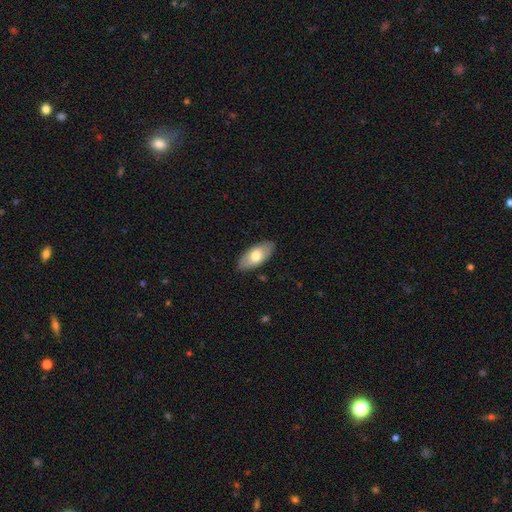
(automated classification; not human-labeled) smooth 68%, featured or disk 26%, star or artifact 6%. Down the decision tree: how rounded — in between (92%); merging — none (86%).